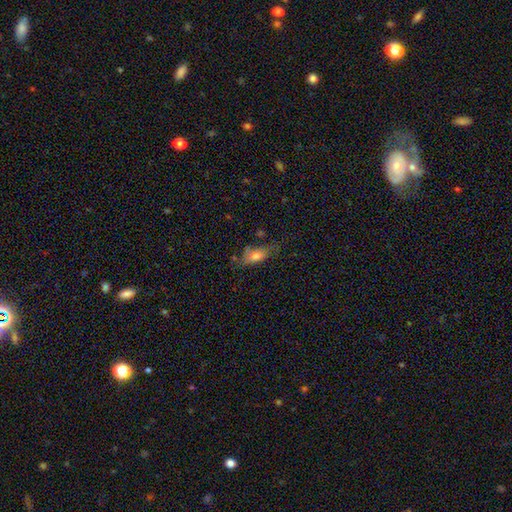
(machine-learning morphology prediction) Smooth or featured? smooth (70%)
How rounded? in between (77%)
Merging? none (52%)